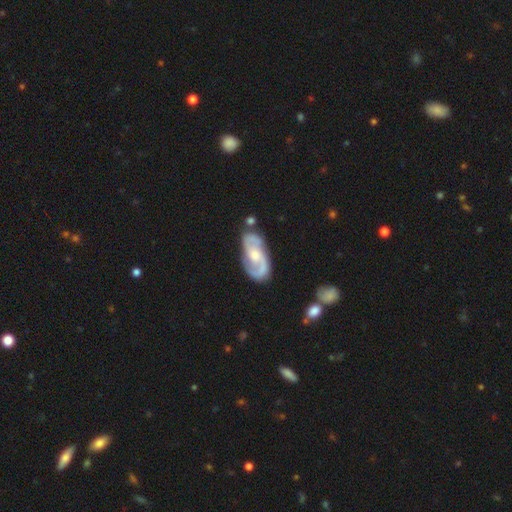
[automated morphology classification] smooth_or_featured: featured or disk (p=0.82) [alt: smooth p=0.14]
disk_edge_on: no (p=0.95) [alt: yes p=0.05]
bar: no (p=0.54) [alt: weak p=0.38]
has_spiral_arms: yes (p=0.94) [alt: no p=0.06]
spiral_winding: medium (p=0.51) [alt: tight p=0.28]
spiral_arm_count: 2 (p=0.86) [alt: can't tell p=0.07]
bulge_size: moderate (p=0.60) [alt: small p=0.24]
merging: none (p=0.73) [alt: minor disturbance p=0.17]